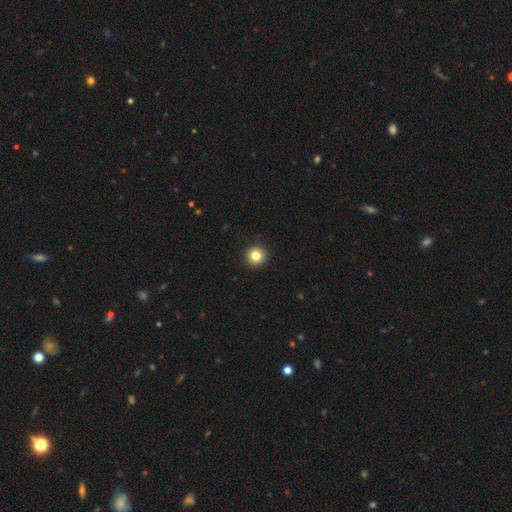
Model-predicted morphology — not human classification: The model was most divided on "smooth or featured": smooth: 83%, star or artifact: 11%, featured or disk: 7%. More confident: how rounded — round (95%); merging — none (94%).